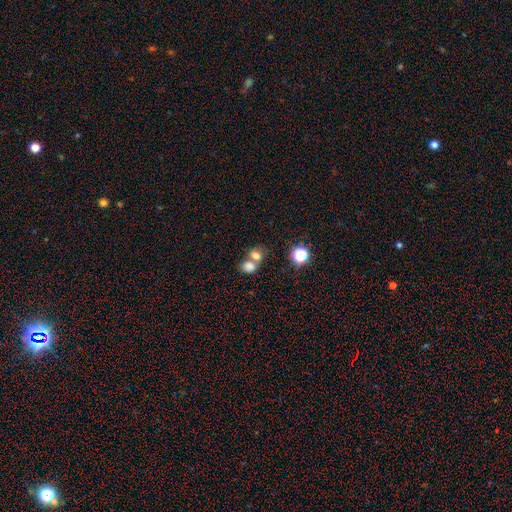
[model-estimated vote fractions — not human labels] Morphology: type=smooth (73%); roundness=in between (54%); merging=merger (58%).